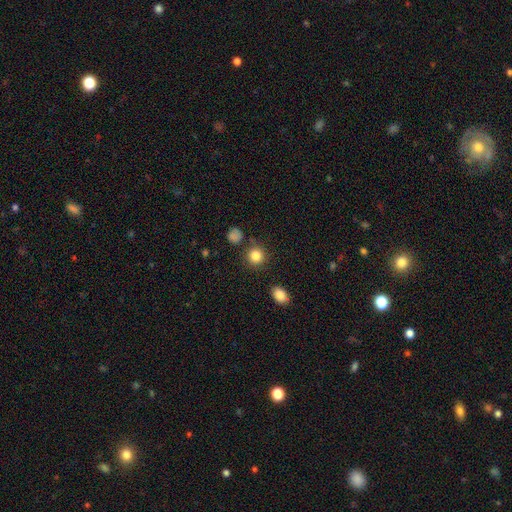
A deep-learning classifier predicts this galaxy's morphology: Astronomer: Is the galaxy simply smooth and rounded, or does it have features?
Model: smooth — 84%.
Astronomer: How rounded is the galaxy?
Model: round — 90%.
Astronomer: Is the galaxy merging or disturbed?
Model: none — 85%.